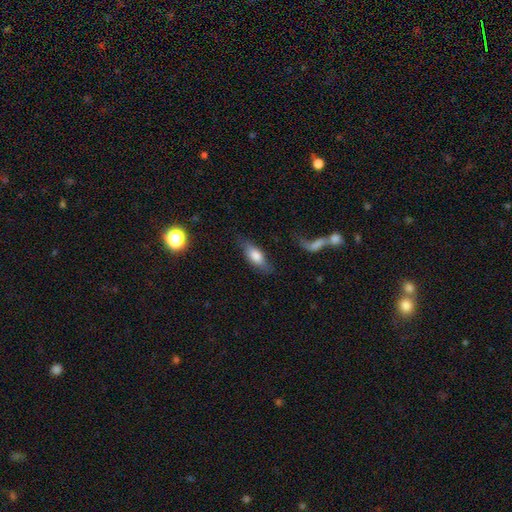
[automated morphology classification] This appears to be a smooth galaxy with no disk features (70%) that is in between round and cigar-shaped (73%). Merging: none (69%).